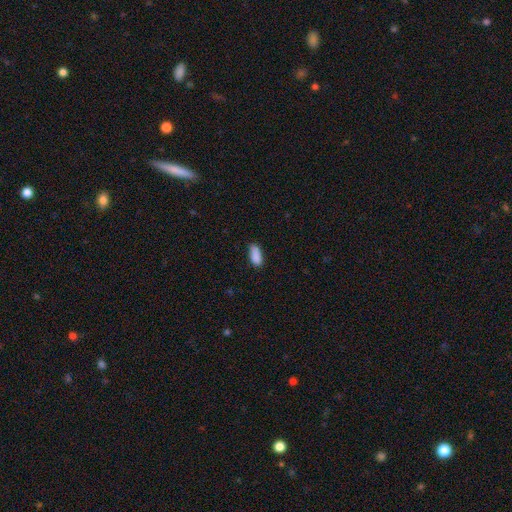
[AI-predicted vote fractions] Q: Smooth or featured?
A: smooth (89%); runner-up: star or artifact (7%)
Q: How rounded?
A: in between (84%); runner-up: cigar-shaped (14%)
Q: Merging?
A: none (78%); runner-up: minor disturbance (18%)